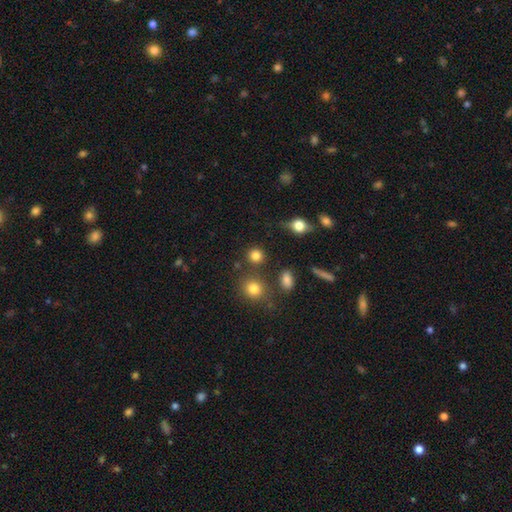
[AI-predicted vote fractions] The model was most divided on "smooth or featured": smooth: 82%, star or artifact: 12%, featured or disk: 6%. More confident: how rounded — round (89%); merging — none (80%).